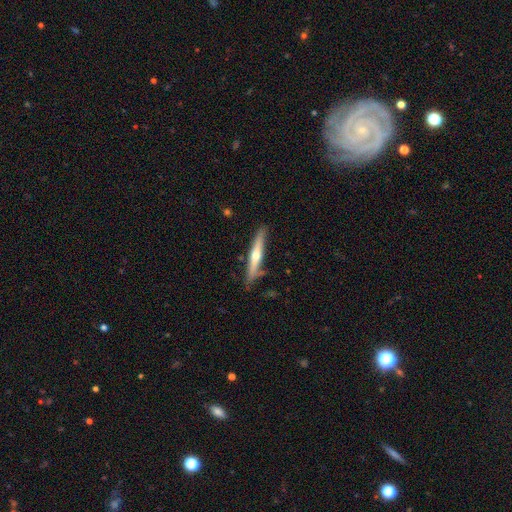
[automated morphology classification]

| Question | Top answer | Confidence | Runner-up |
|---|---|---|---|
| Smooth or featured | featured or disk | 56% | smooth (38%) |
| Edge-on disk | yes | 95% | no (5%) |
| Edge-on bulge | rounded | 86% | none (11%) |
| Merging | none | 82% | minor disturbance (13%) |